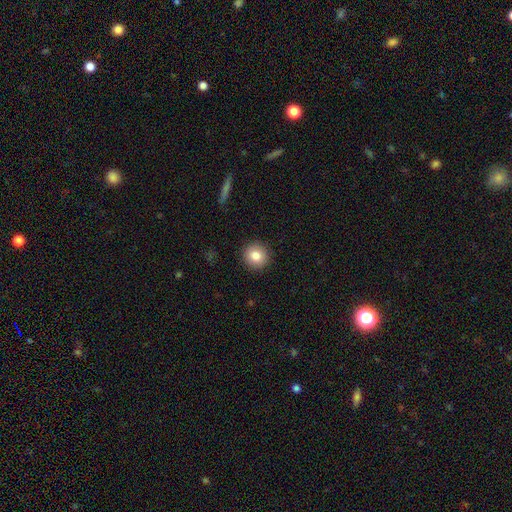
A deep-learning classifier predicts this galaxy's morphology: Smooth or featured: smooth — 83% (star or artifact — 9%)
How rounded: round — 92% (in between — 7%)
Merging: none — 92% (minor disturbance — 5%)